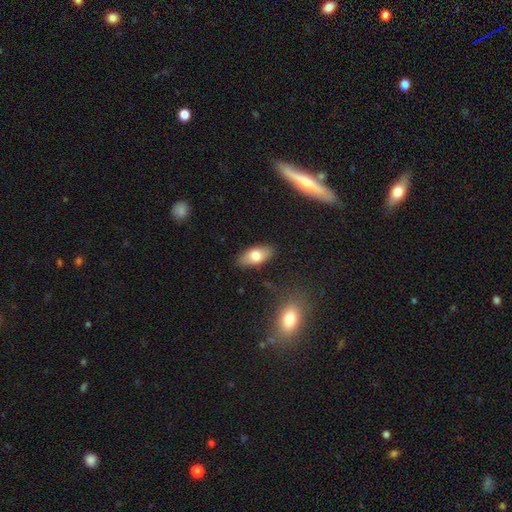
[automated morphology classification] smooth-or-featured: smooth: 74% | featured or disk: 19% | star or artifact: 7%
  how-rounded: in between: 89% | cigar-shaped: 8% | round: 3%
  merging: none: 86% | minor disturbance: 10% | major disturbance: 2% | merger: 2%